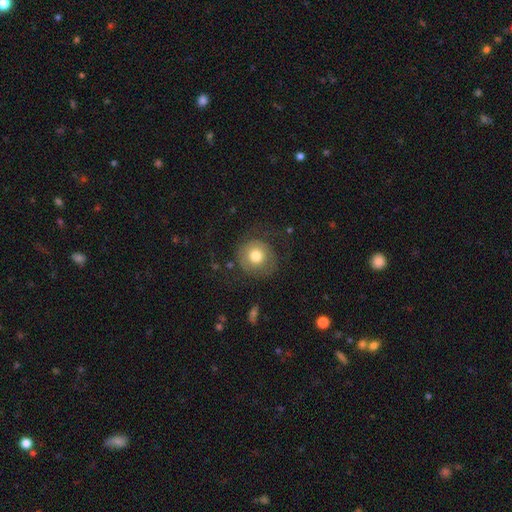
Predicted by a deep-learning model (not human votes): smooth-or-featured: smooth: 68% | featured or disk: 23% | star or artifact: 9%
  how-rounded: round: 89% | in between: 10% | cigar-shaped: 1%
  merging: none: 67% | minor disturbance: 16% | major disturbance: 15% | merger: 2%